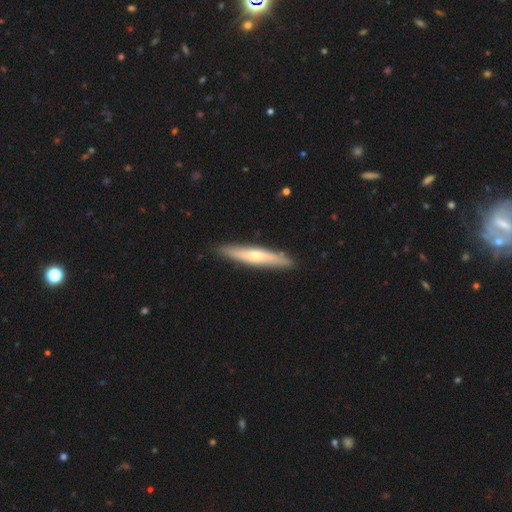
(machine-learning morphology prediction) smooth_or_featured: smooth (p=0.50) [alt: featured or disk p=0.45]
how_rounded: cigar-shaped (p=0.92) [alt: in between p=0.07]
merging: none (p=0.89) [alt: minor disturbance p=0.08]